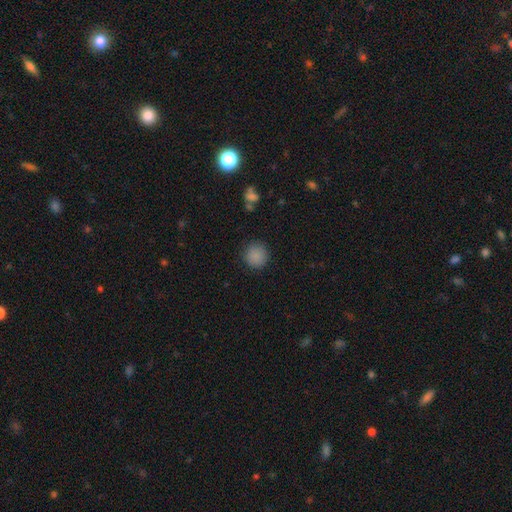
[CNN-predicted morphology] Smooth or featured: smooth — 87% (star or artifact — 10%)
How rounded: round — 93% (in between — 6%)
Merging: none — 89% (minor disturbance — 7%)